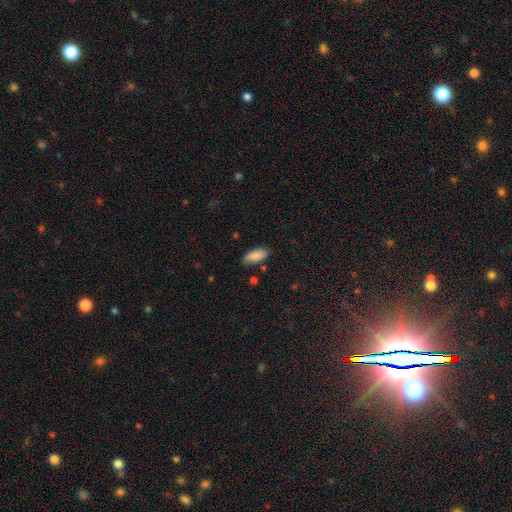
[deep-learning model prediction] This is clearly a smooth galaxy (87%). How rounded: clearly in between (86%). Merging: likely none (78%).